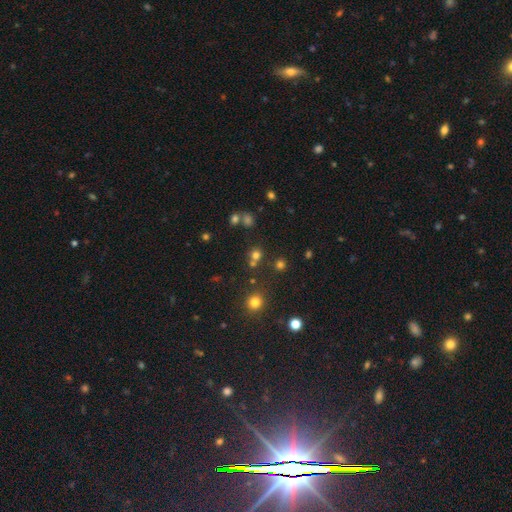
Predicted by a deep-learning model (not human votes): The model was most divided on "smooth or featured": smooth: 67%, star or artifact: 25%, featured or disk: 8%. More confident: how rounded — round (88%); merging — none (68%).